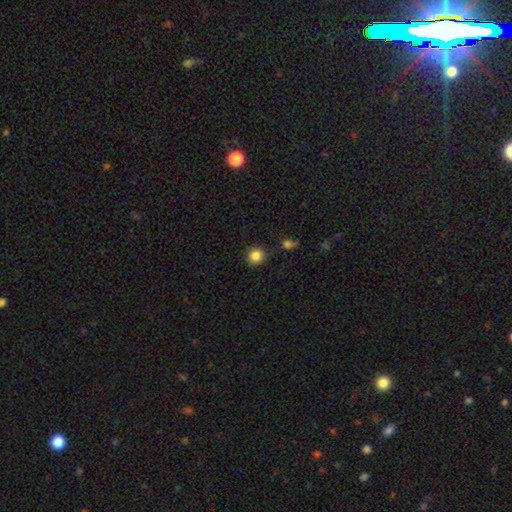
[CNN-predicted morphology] A smooth galaxy with no disk features (84%) that is round (91%).

Vote fractions:
- Smooth or featured? smooth: 84% / star or artifact: 10% / featured or disk: 5%
- How rounded? round: 91% / in between: 8% / cigar-shaped: 1%
- Merging? none: 88% / minor disturbance: 7% / merger: 3% / major disturbance: 2%